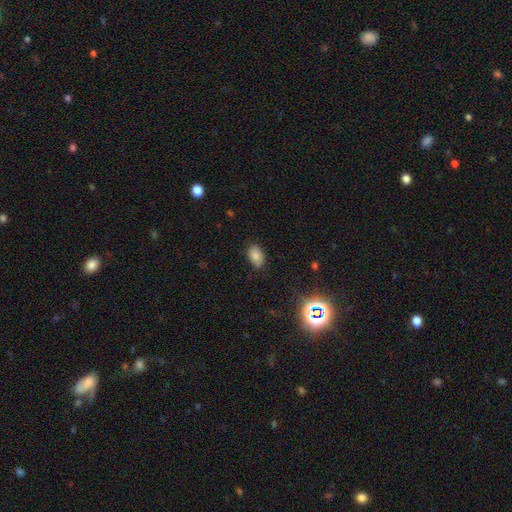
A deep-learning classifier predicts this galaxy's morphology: smooth_or_featured: smooth (p=0.79) [alt: star or artifact p=0.13]
how_rounded: in between (p=0.86) [alt: round p=0.13]
merging: none (p=0.79) [alt: minor disturbance p=0.17]